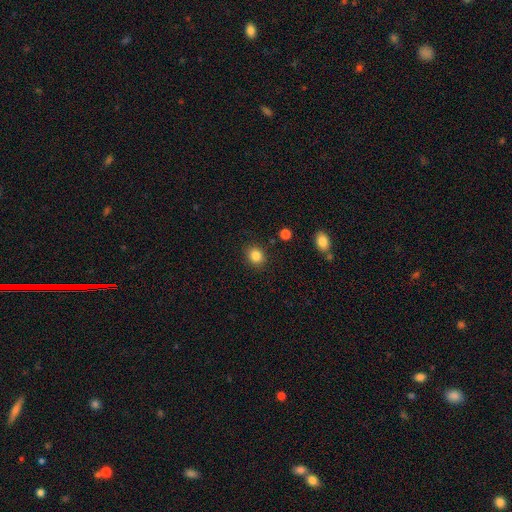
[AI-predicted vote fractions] smooth 85%, star or artifact 10%, featured or disk 5%. Down the decision tree: how rounded — round (66%); merging — none (88%).